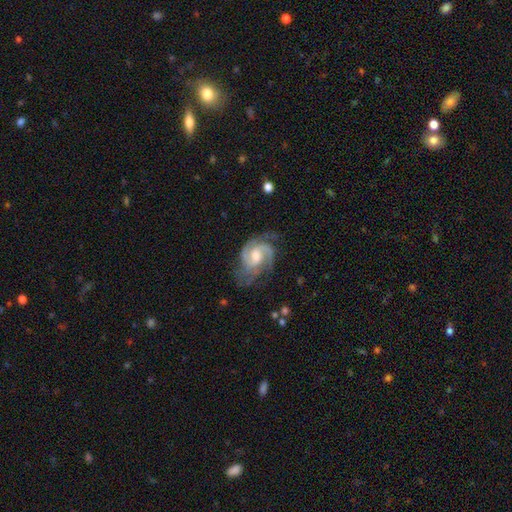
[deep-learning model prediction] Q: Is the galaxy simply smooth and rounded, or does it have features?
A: featured or disk — 89%.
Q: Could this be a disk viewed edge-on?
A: no — 98%.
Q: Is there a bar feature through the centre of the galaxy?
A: weak — 45%.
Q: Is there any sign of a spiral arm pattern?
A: yes — 98%.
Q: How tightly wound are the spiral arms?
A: medium — 47%.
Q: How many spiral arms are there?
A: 2 — 51%.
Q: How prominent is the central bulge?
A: moderate — 61%.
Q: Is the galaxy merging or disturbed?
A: none — 64%.